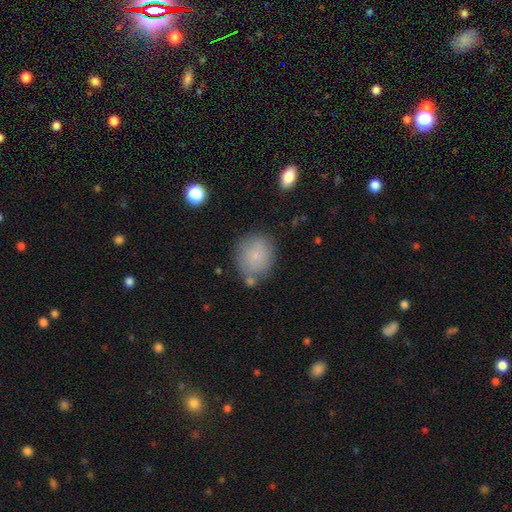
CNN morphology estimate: Overall: smooth (81%). How rounded: round (78%). Merging: none (72%).